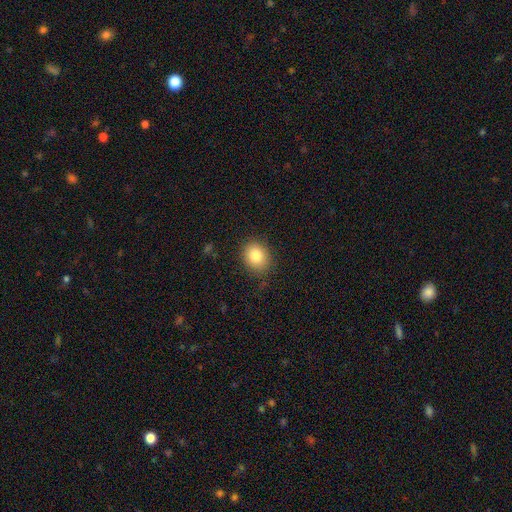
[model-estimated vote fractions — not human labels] A smooth galaxy with no disk features (83%) that is round (56%). Merging: none (83%).